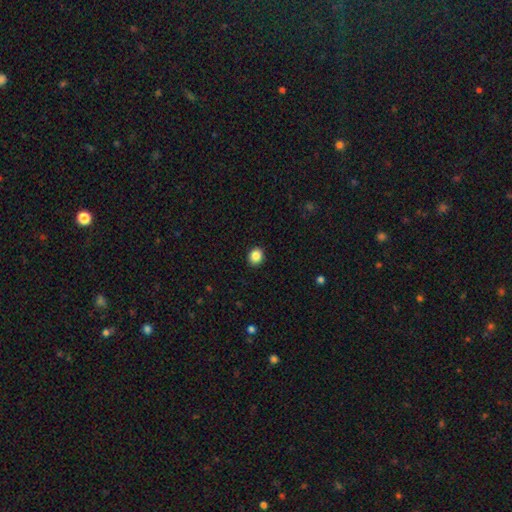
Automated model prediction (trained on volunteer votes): Overall: smooth (86%). How rounded: round (76%). Merging: none (92%).